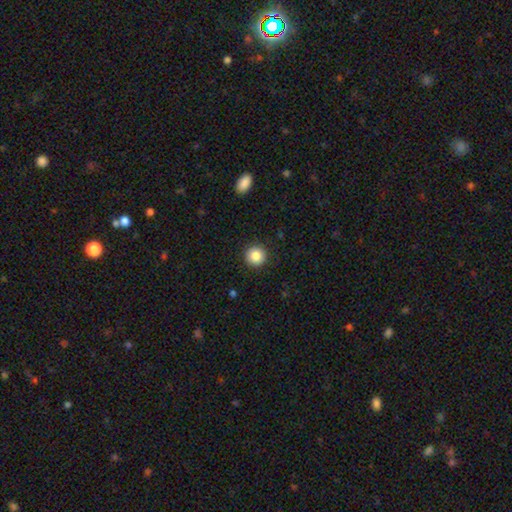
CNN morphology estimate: This appears to be a smooth galaxy with no disk features (85%) that is round (95%). Merging: none (92%).